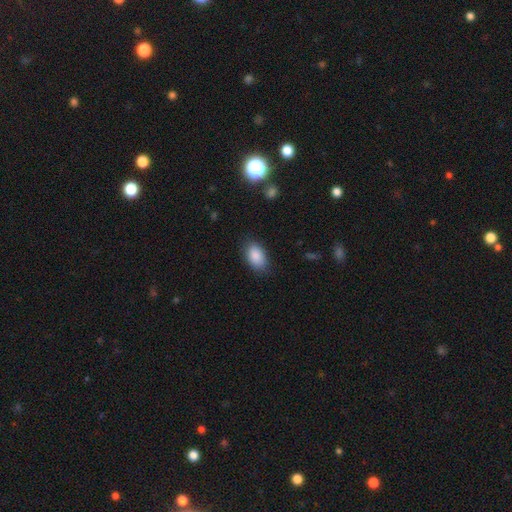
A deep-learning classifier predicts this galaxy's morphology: A smooth galaxy with no disk features (88%) that is in between round and cigar-shaped (92%). Merging: none (82%).